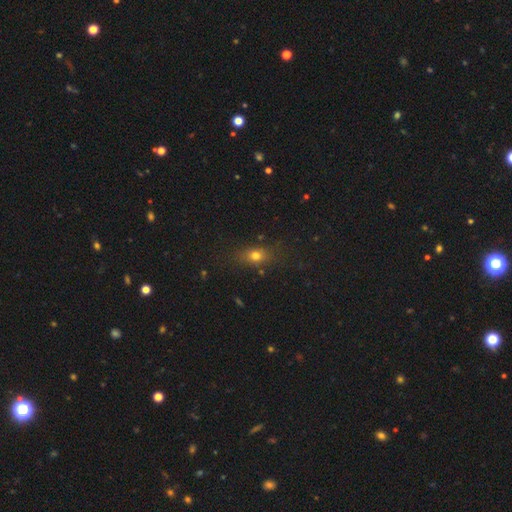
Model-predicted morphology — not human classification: Q: Smooth or featured?
A: smooth (72%); runner-up: star or artifact (16%)
Q: How rounded?
A: in between (59%); runner-up: round (32%)
Q: Merging?
A: none (78%); runner-up: minor disturbance (14%)